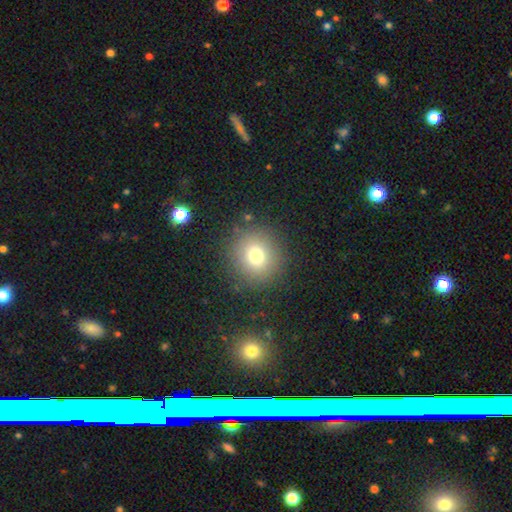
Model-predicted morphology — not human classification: Overall: smooth (75%). How rounded: round (90%). Merging: none (87%).